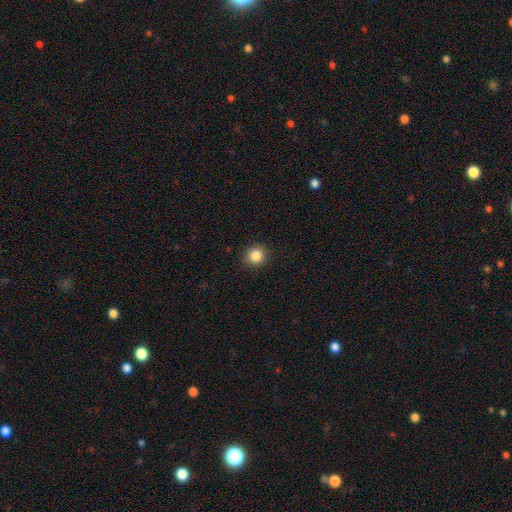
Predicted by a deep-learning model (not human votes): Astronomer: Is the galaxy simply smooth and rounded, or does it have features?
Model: smooth — 85%.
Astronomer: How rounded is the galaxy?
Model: round — 92%.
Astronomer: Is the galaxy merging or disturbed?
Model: none — 91%.